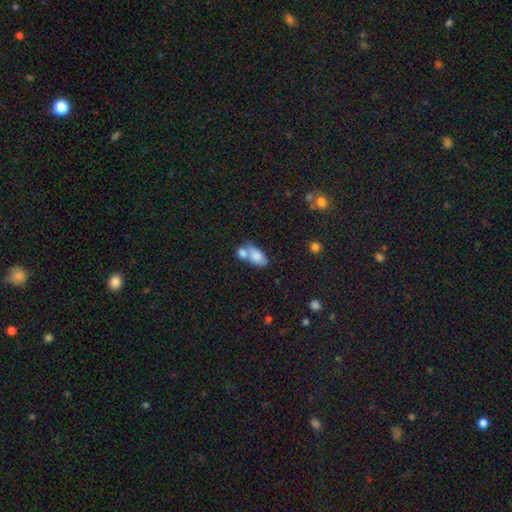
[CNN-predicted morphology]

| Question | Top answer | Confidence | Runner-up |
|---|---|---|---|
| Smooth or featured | smooth | 75% | featured or disk (16%) |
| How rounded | in between | 88% | round (7%) |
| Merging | merger | 53% | none (29%) |